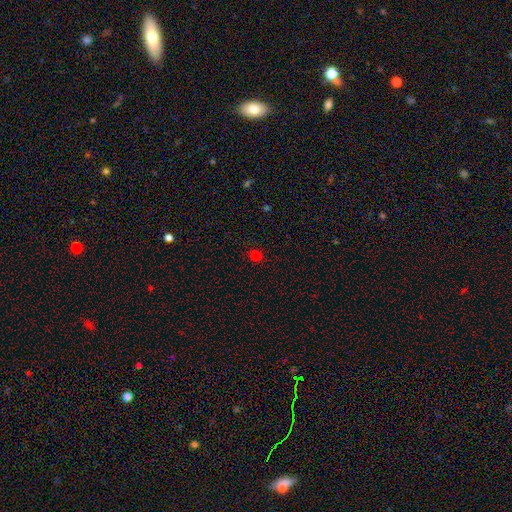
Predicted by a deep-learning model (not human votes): A smooth galaxy with no disk features (77%) that is round (89%).

Vote fractions:
- Smooth or featured? smooth: 77% / star or artifact: 20% / featured or disk: 4%
- How rounded? round: 89% / in between: 10% / cigar-shaped: 1%
- Merging? none: 90% / minor disturbance: 6% / major disturbance: 2% / merger: 1%